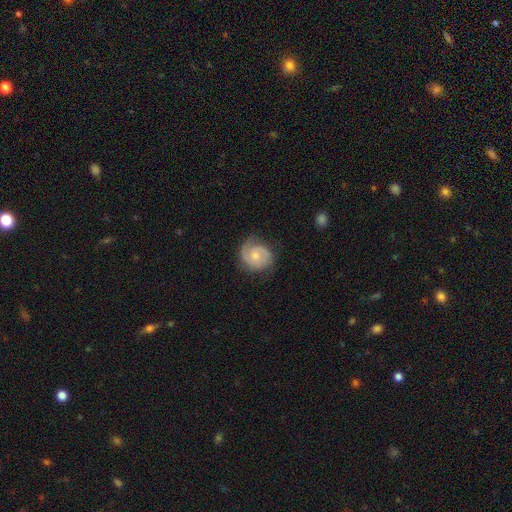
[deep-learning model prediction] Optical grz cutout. It shows a featured or disk galaxy (70%) with no bar (69%), 2 (65%) tight (49%) spiral arms (93%) and a moderate central bulge (48%). Merging: none (70%).